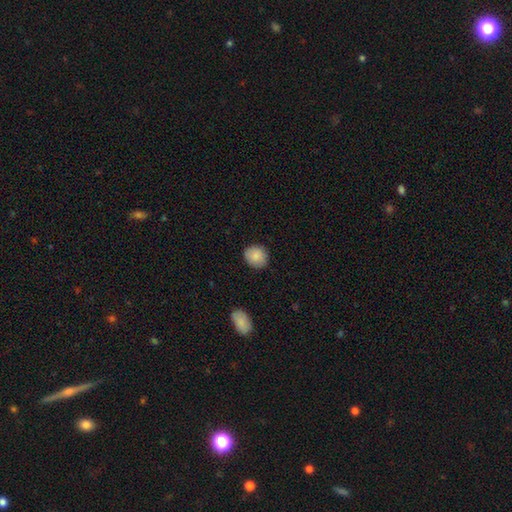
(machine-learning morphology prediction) smooth_or_featured: smooth (p=0.85) [alt: star or artifact p=0.07]
how_rounded: round (p=0.77) [alt: in between p=0.22]
merging: none (p=0.86) [alt: minor disturbance p=0.11]